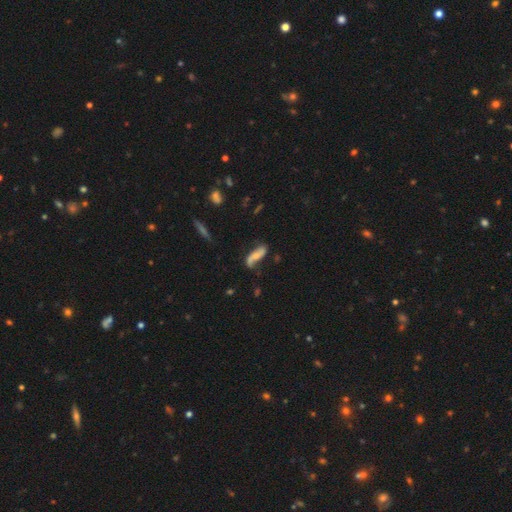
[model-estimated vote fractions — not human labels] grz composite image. It shows a featured or disk galaxy (64%) with no bar (55%), spiral arms (89%) and a small central bulge (43%). Merging: none (62%).